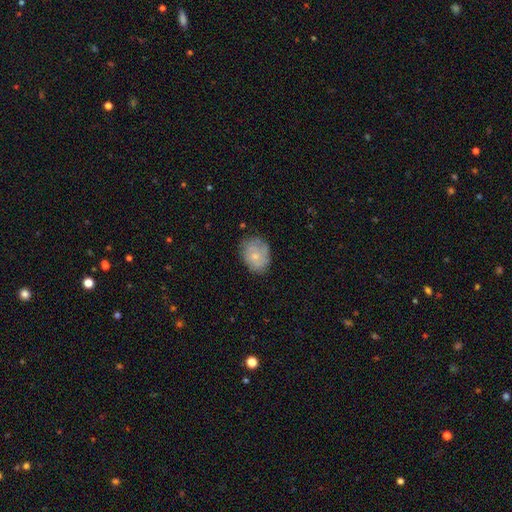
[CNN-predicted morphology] A smooth galaxy with no disk features (52%) that is in between round and cigar-shaped (59%).

Vote fractions:
- Smooth or featured? smooth: 52% / featured or disk: 41% / star or artifact: 8%
- How rounded? in between: 59% / round: 40% / cigar-shaped: 1%
- Merging? none: 69% / minor disturbance: 23% / major disturbance: 7% / merger: 2%